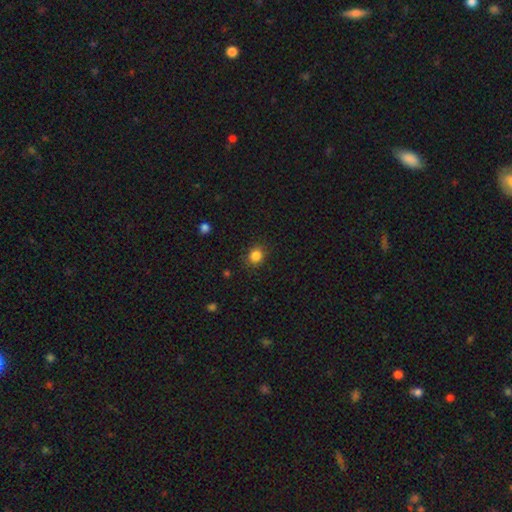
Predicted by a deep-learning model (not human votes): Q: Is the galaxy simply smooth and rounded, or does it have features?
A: smooth — 85%.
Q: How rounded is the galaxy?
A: round — 80%.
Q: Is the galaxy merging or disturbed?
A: none — 86%.